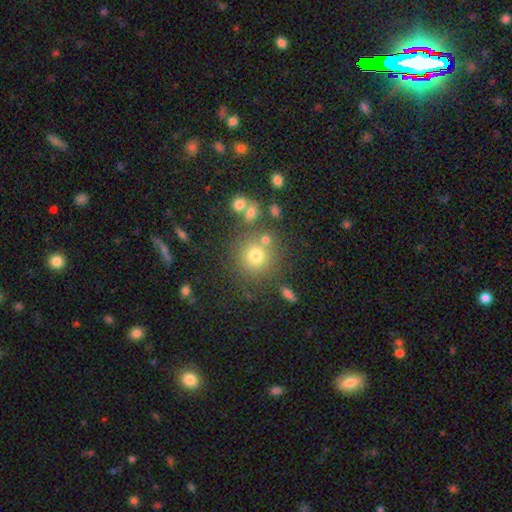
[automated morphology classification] Q: Smooth or featured?
A: smooth (73%); runner-up: star or artifact (16%)
Q: How rounded?
A: round (90%); runner-up: in between (9%)
Q: Merging?
A: none (72%); runner-up: merger (13%)